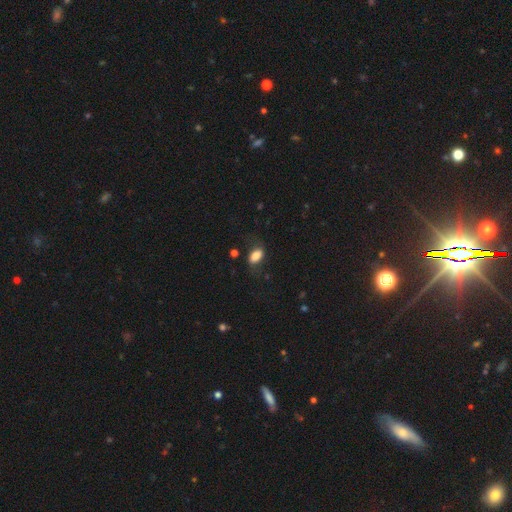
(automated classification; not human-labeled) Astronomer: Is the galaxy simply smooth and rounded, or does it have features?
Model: smooth — 81%.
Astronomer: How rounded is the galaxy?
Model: in between — 88%.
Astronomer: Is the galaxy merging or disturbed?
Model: none — 68%.